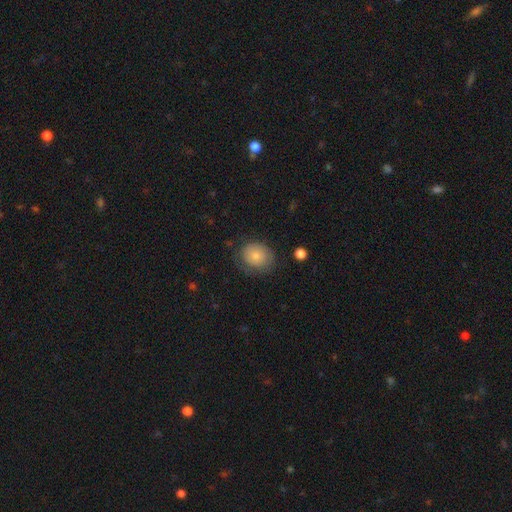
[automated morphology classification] The model was most divided on "how rounded": round: 72%, in between: 28%, cigar-shaped: 1%. More confident: smooth or featured — smooth (74%); merging — none (68%).